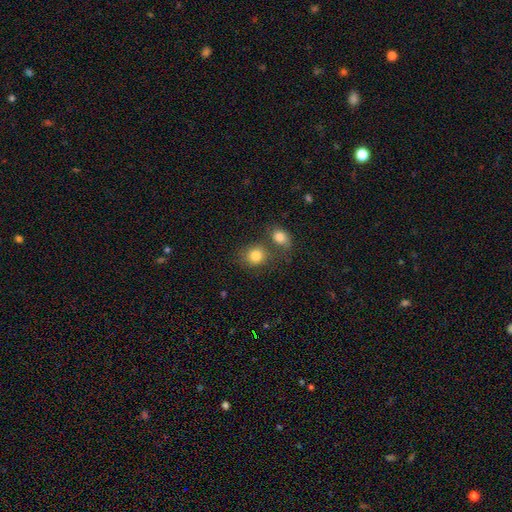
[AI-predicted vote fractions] smooth-or-featured: smooth: 83% | star or artifact: 10% | featured or disk: 7%
  how-rounded: round: 71% | in between: 28% | cigar-shaped: 1%
  merging: none: 53% | merger: 31% | minor disturbance: 11% | major disturbance: 5%